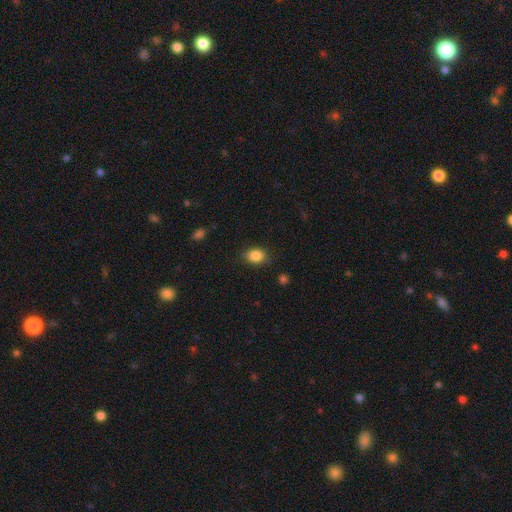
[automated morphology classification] This appears to be a smooth galaxy with no disk features (86%) that is in between round and cigar-shaped (65%). Merging: none (81%).